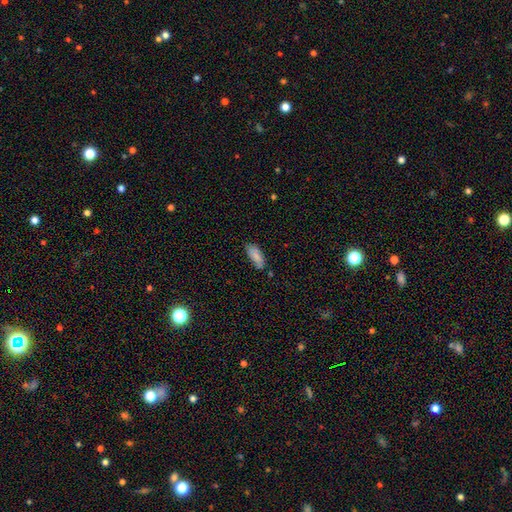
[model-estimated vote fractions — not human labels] This appears to be a smooth galaxy with no disk features (84%) that is in between round and cigar-shaped (81%). Merging: none (69%).